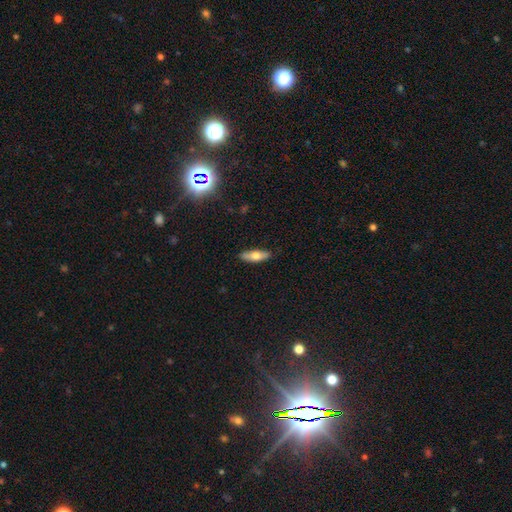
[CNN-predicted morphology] Q: Smooth or featured?
A: smooth (66%); runner-up: featured or disk (28%)
Q: How rounded?
A: in between (53%); runner-up: cigar-shaped (45%)
Q: Merging?
A: none (88%); runner-up: minor disturbance (10%)